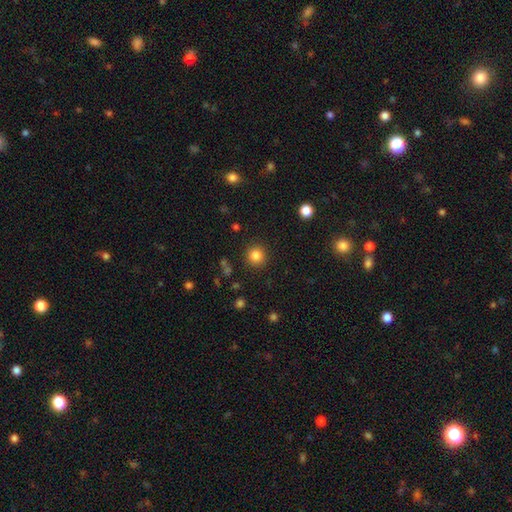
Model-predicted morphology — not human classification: This appears to be a smooth galaxy with no disk features (83%) that is round (94%). Merging: none (90%).